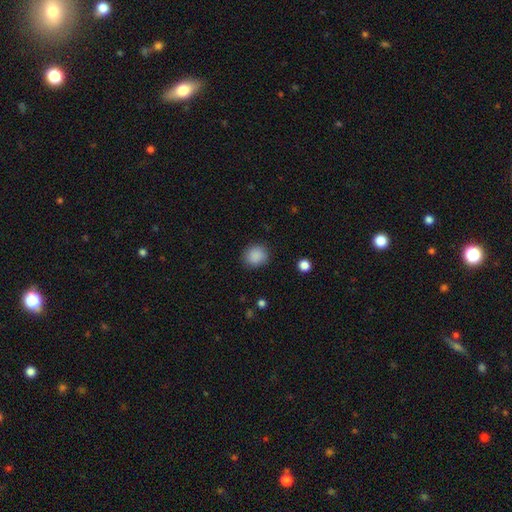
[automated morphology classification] smooth_or_featured: smooth (p=0.88) [alt: star or artifact p=0.09]
how_rounded: round (p=0.85) [alt: in between p=0.14]
merging: none (p=0.87) [alt: minor disturbance p=0.09]